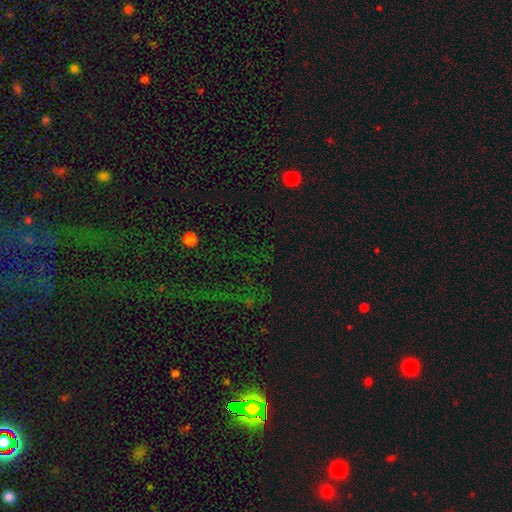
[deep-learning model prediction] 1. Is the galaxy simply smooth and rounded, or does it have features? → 76% star or artifact, 14% smooth, 9% featured or disk.